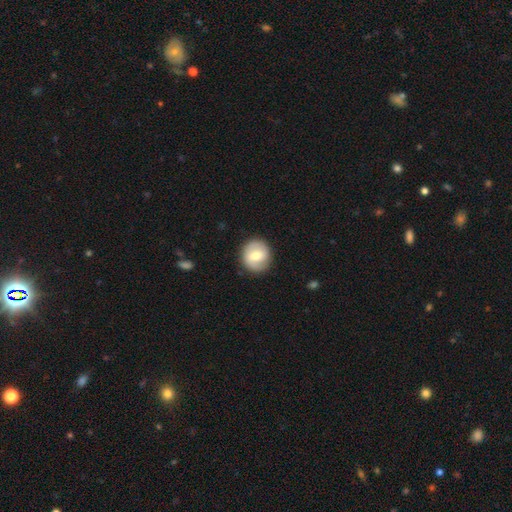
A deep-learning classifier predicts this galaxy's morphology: Smooth or featured? smooth (58%)
How rounded? round (87%)
Merging? none (86%)